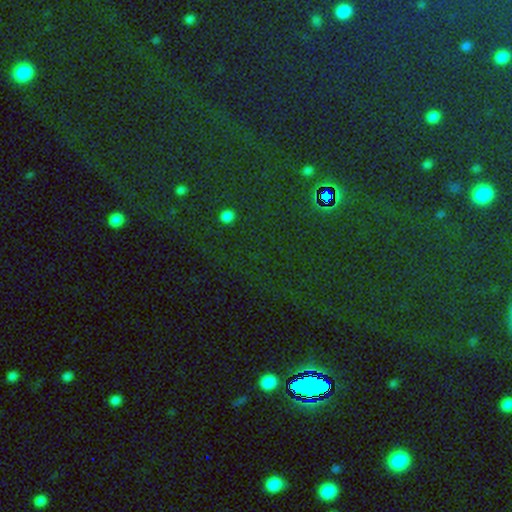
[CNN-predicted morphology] star or artifact 82%, smooth 11%, featured or disk 7%.